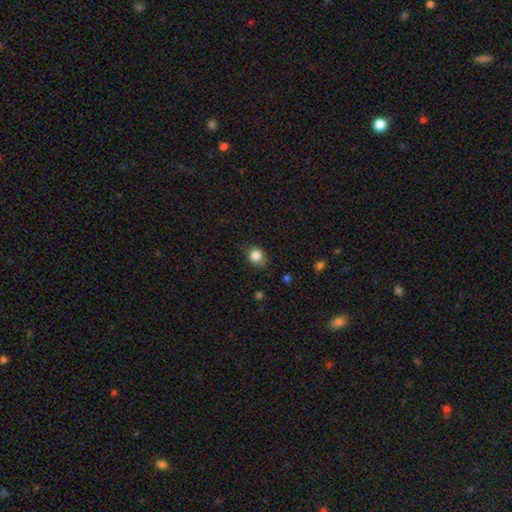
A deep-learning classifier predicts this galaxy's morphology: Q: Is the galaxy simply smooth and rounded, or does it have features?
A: smooth — 84%.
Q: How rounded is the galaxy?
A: round — 54%.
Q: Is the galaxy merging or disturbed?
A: none — 75%.